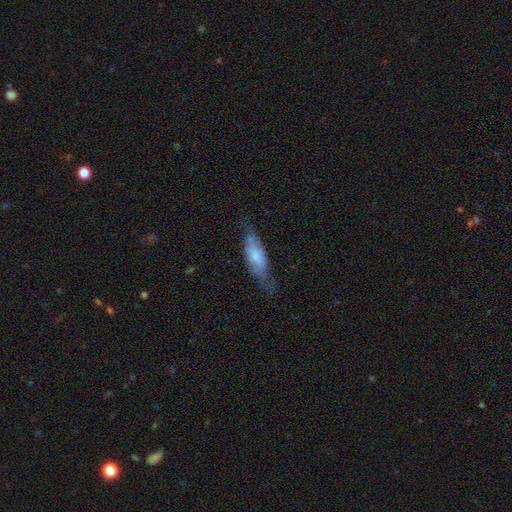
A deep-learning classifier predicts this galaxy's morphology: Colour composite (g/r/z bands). It shows a smooth galaxy with no disk features (52%) that is in between round and cigar-shaped (59%). Merging: none (56%).